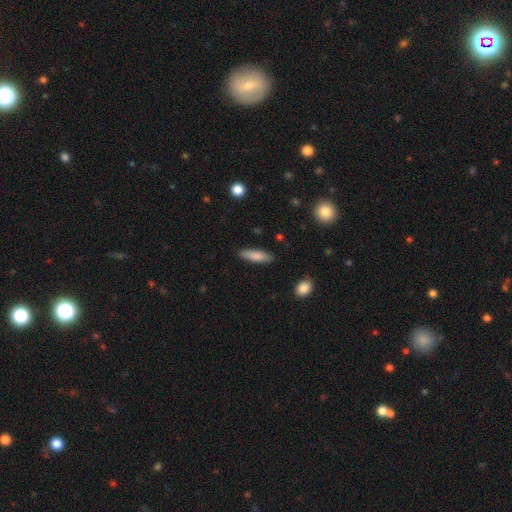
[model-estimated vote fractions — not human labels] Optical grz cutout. It shows a smooth galaxy with no disk features (83%) that is cigar-shaped (63%). Merging: none (88%).